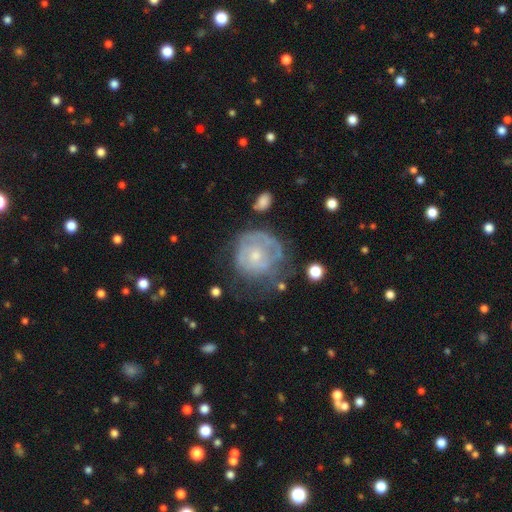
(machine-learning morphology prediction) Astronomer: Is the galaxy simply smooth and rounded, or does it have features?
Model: featured or disk — 62%.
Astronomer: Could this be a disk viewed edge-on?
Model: no — 97%.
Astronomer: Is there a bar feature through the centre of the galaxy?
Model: no — 82%.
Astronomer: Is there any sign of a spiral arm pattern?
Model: yes — 57% (runner-up: no, 43%).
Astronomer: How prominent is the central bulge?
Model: small — 52% (runner-up: moderate, 40%).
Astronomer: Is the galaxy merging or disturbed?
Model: none — 48% (runner-up: minor disturbance, 25%).